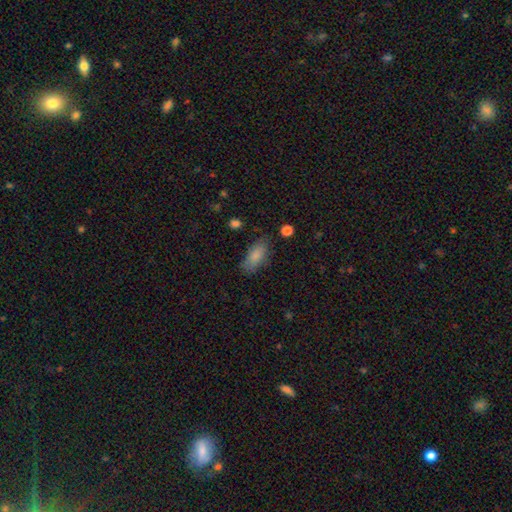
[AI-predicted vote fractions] Smooth or featured?
  - smooth: 84% *
  - featured or disk: 9%
  - star or artifact: 7%
How rounded?
  - in between: 84% *
  - cigar-shaped: 13%
  - round: 3%
Merging?
  - none: 77% *
  - minor disturbance: 17%
  - major disturbance: 4%
  - merger: 2%